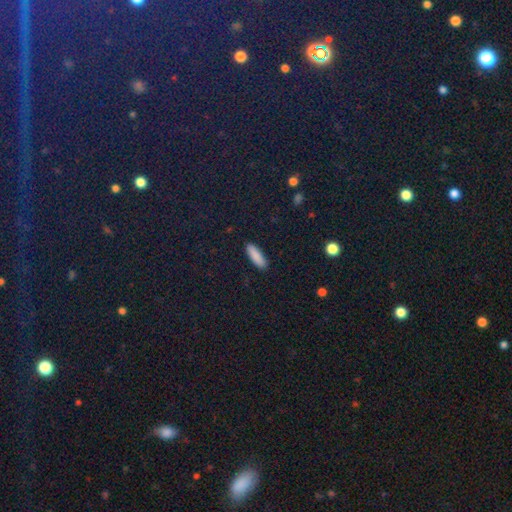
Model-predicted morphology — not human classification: This appears to be a smooth galaxy with no disk features (88%) that is cigar-shaped (51%). Merging: none (90%).